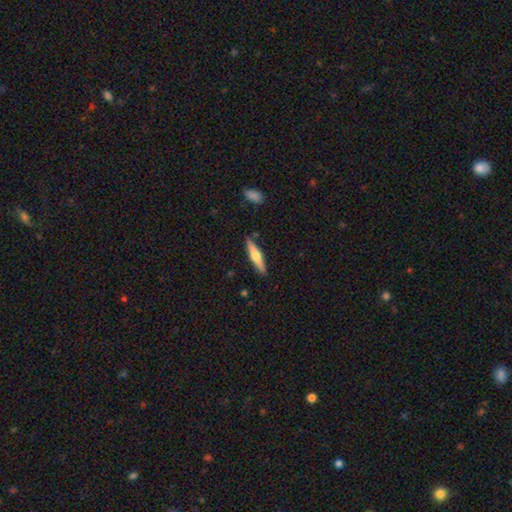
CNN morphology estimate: A featured or disk galaxy (49%).

Vote fractions:
- Smooth or featured? featured or disk: 49% / smooth: 45% / star or artifact: 5%
- Merging? none: 88% / minor disturbance: 8% / merger: 2% / major disturbance: 2%